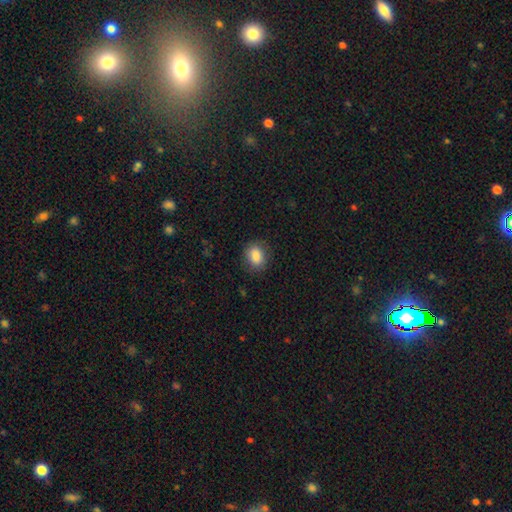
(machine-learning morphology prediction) Smooth or featured? Predicted: smooth (p=0.87). How rounded? Predicted: in between (p=0.62). Merging? Predicted: none (p=0.84).